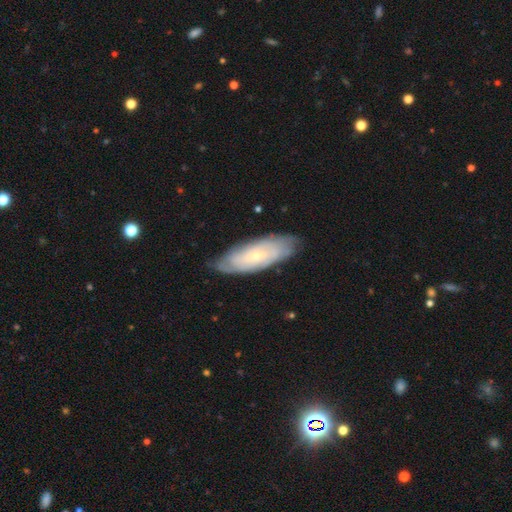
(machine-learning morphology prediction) Smooth or featured? featured or disk (64%)
Edge-on disk? no (84%)
Bar? no (76%)
Spiral arms? yes (84%)
Bulge size? small (80%)
Merging? none (79%)